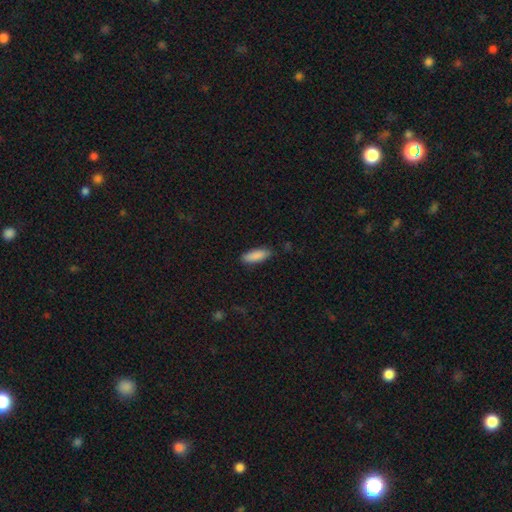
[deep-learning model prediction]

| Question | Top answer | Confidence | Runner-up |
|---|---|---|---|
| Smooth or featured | smooth | 89% | star or artifact (6%) |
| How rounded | in between | 58% | cigar-shaped (41%) |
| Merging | none | 85% | minor disturbance (12%) |